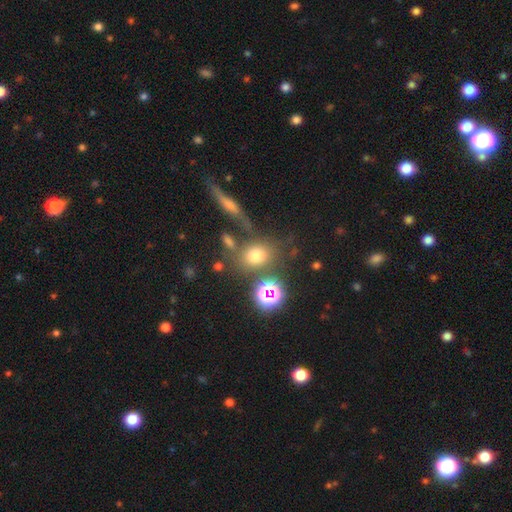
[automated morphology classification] Q: Smooth or featured?
A: smooth (69%); runner-up: star or artifact (18%)
Q: How rounded?
A: in between (51%); runner-up: round (47%)
Q: Merging?
A: none (63%); runner-up: merger (17%)